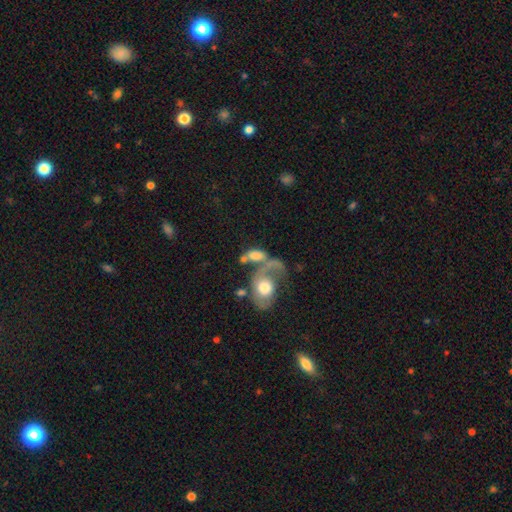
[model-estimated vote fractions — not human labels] Smooth or featured: smooth — 54% (featured or disk — 36%)
How rounded: in between — 82% (round — 13%)
Merging: merger — 54% (major disturbance — 21%)